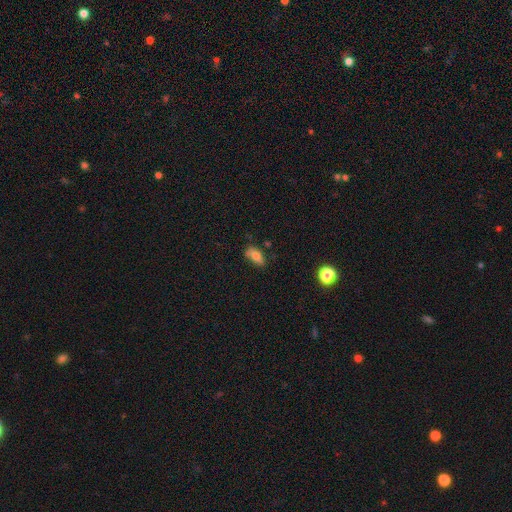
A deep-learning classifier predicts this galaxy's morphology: This appears to be a smooth galaxy with no disk features (74%) that is in between round and cigar-shaped (85%). Merging: none (59%).